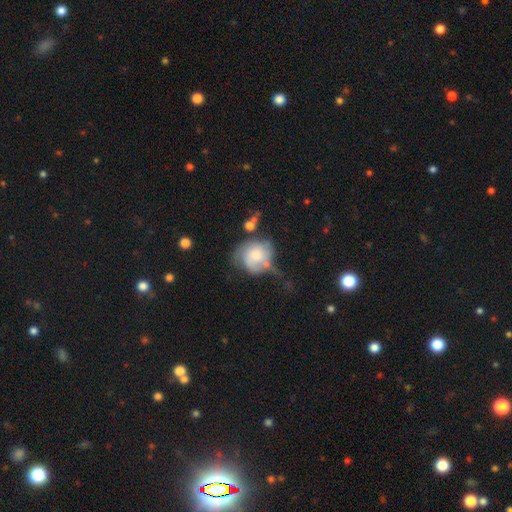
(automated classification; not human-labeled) Smooth or featured?
  - smooth: 48% *
  - featured or disk: 45%
  - star or artifact: 8%
Merging?
  - none: 29% *
  - major disturbance: 28%
  - minor disturbance: 27%
  - merger: 16%